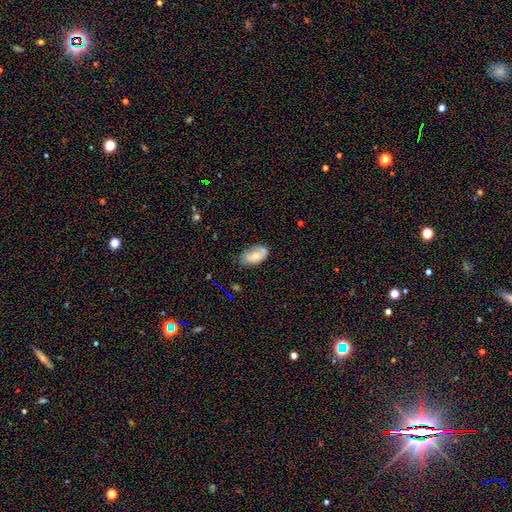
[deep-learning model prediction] Overall: smooth (66%). How rounded: in between (92%). Merging: none (58%; minor disturbance 28%).